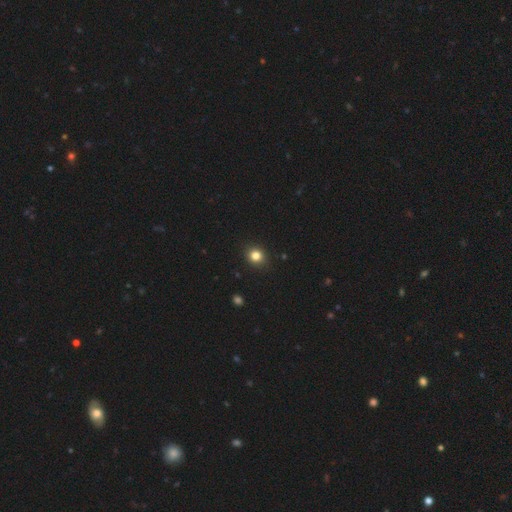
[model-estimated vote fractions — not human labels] This is clearly a smooth galaxy (82%). How rounded: clearly round (82%). Merging: clearly none (91%).